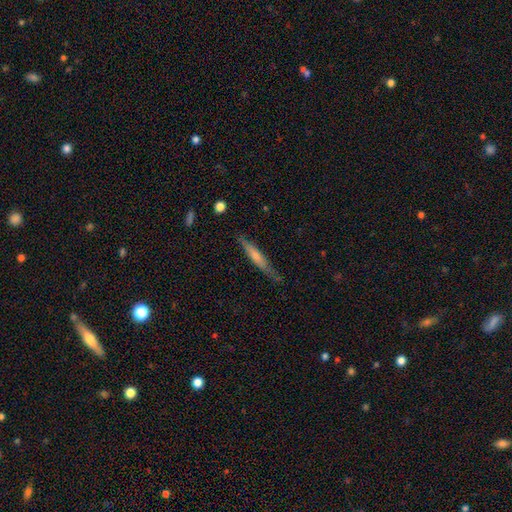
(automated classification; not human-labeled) Smooth or featured: smooth — 56% (featured or disk — 38%)
How rounded: cigar-shaped — 91% (in between — 7%)
Merging: none — 74% (minor disturbance — 20%)